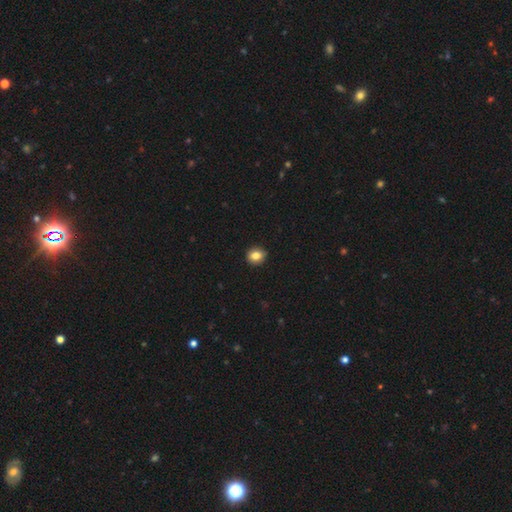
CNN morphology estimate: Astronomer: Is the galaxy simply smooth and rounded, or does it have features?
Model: smooth — 82%.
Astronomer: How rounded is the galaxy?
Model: round — 80%.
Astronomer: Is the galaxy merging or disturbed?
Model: none — 91%.